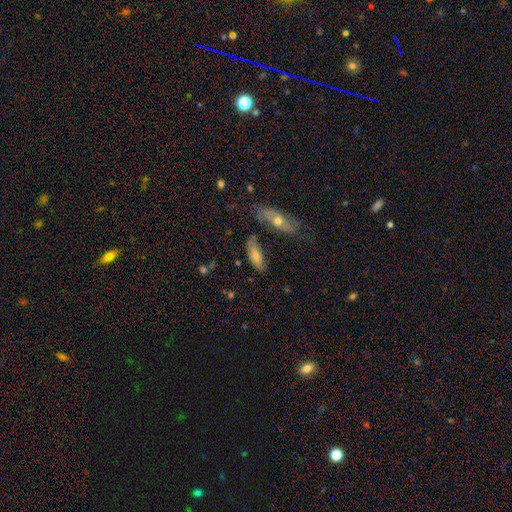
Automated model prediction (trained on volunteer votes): The model was most divided on "how rounded": in between: 68%, cigar-shaped: 29%, round: 3%. More confident: merging — none (68%); smooth or featured — smooth (66%).